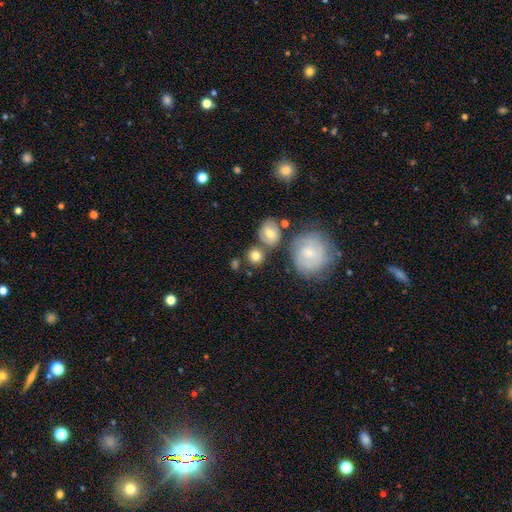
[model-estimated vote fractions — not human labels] Smooth or featured?
  - smooth: 76% *
  - featured or disk: 16%
  - star or artifact: 8%
How rounded?
  - round: 83% *
  - in between: 16%
  - cigar-shaped: 1%
Merging?
  - none: 66% *
  - merger: 18%
  - minor disturbance: 11%
  - major disturbance: 5%